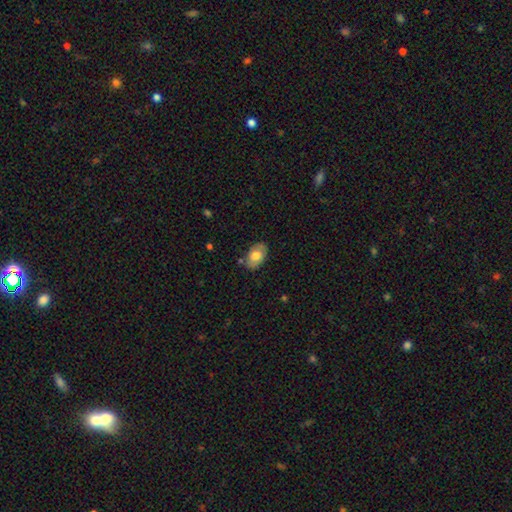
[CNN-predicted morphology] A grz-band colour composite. It shows a smooth galaxy with no disk features (71%) that is in between round and cigar-shaped (90%). Merging: none (79%).